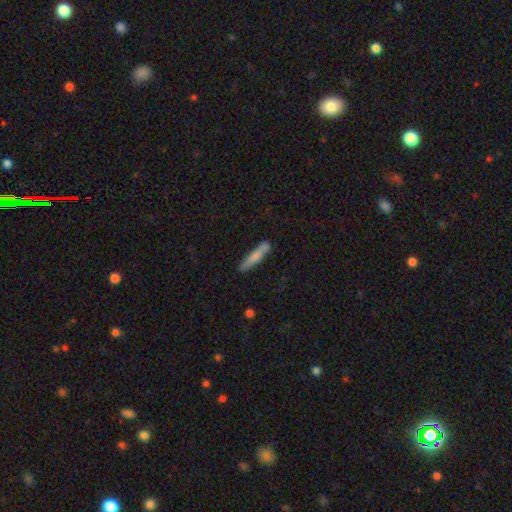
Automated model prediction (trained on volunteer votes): Smooth or featured?
  - smooth: 72% *
  - featured or disk: 23%
  - star or artifact: 6%
How rounded?
  - cigar-shaped: 91% *
  - in between: 7%
  - round: 1%
Merging?
  - none: 79% *
  - minor disturbance: 15%
  - merger: 3%
  - major disturbance: 3%